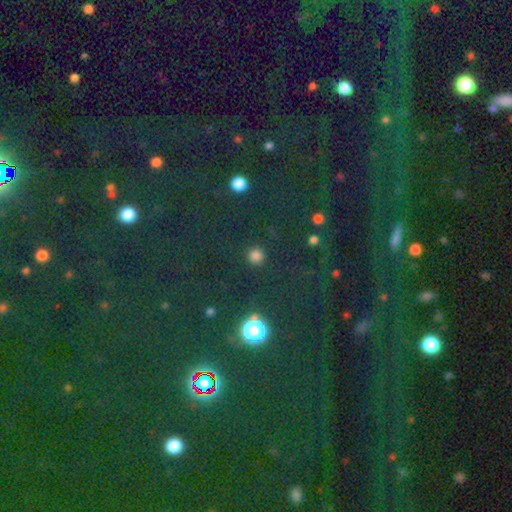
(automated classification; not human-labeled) Q: Smooth or featured?
A: smooth (76%); runner-up: star or artifact (20%)
Q: How rounded?
A: round (93%); runner-up: in between (6%)
Q: Merging?
A: none (90%); runner-up: minor disturbance (6%)